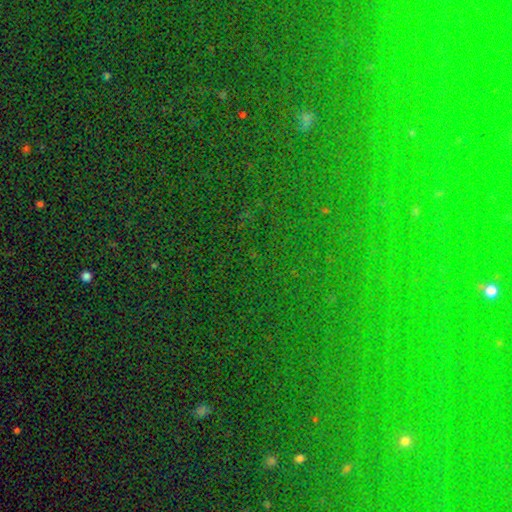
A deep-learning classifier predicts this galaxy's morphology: This appears to be a star or artifact, not a galaxy (81%).